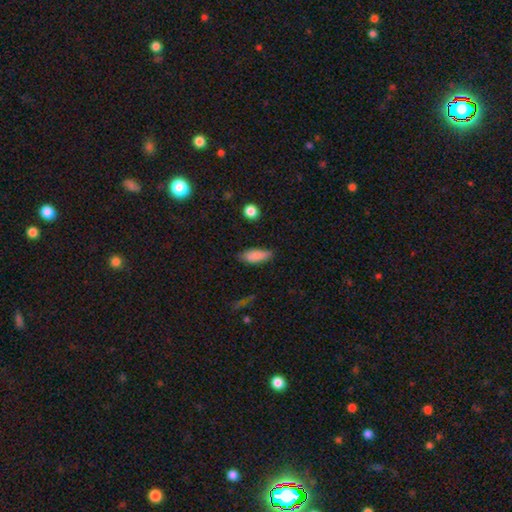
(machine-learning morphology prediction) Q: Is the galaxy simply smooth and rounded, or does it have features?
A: smooth — 86%.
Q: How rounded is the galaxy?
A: in between — 74%.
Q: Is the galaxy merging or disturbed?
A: none — 76%.